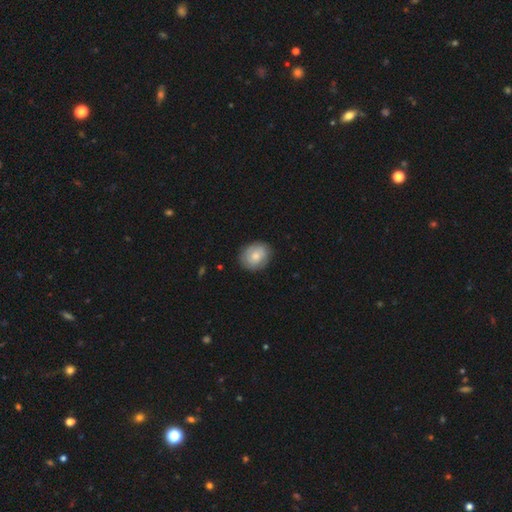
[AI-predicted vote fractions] Overall: smooth (71%). How rounded: round (54%; in between 45%). Merging: none (82%).